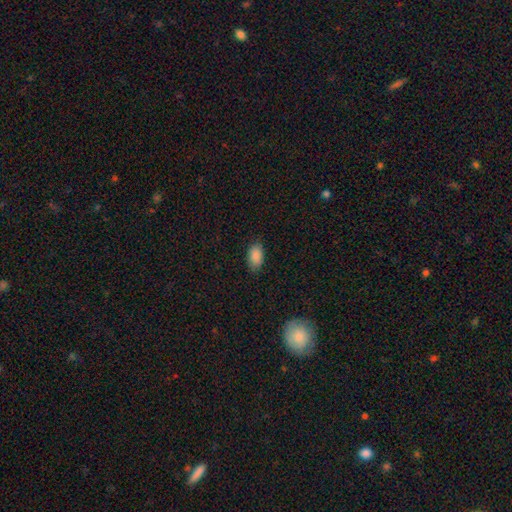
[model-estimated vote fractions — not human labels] Smooth or featured?
  - smooth: 88% *
  - star or artifact: 8%
  - featured or disk: 4%
How rounded?
  - in between: 93% *
  - round: 5%
  - cigar-shaped: 2%
Merging?
  - none: 85% *
  - minor disturbance: 12%
  - major disturbance: 3%
  - merger: 1%